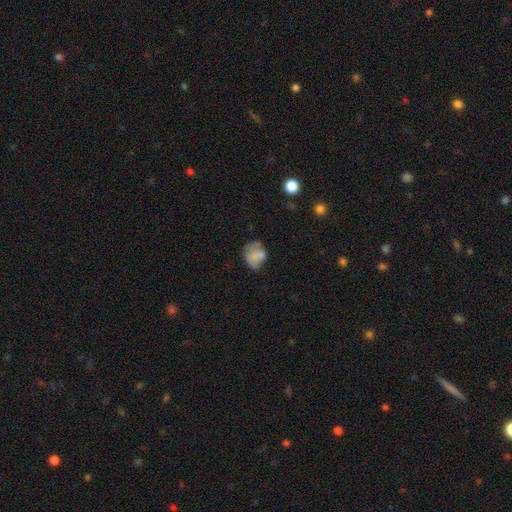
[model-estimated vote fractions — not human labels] Q: Smooth or featured?
A: smooth (65%); runner-up: featured or disk (24%)
Q: How rounded?
A: round (52%); runner-up: in between (47%)
Q: Merging?
A: none (39%); runner-up: minor disturbance (27%)